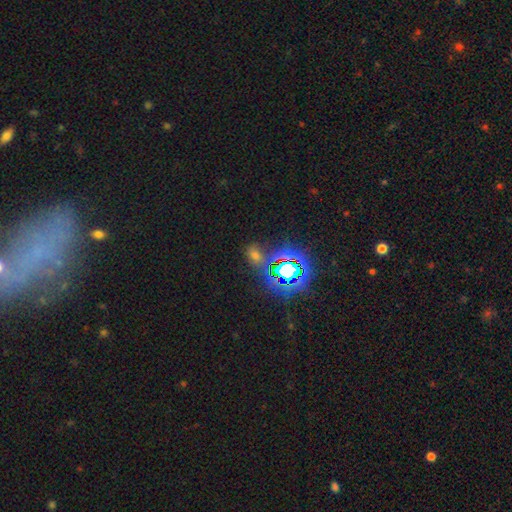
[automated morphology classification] smooth-or-featured: star or artifact: 51% | smooth: 41% | featured or disk: 9%